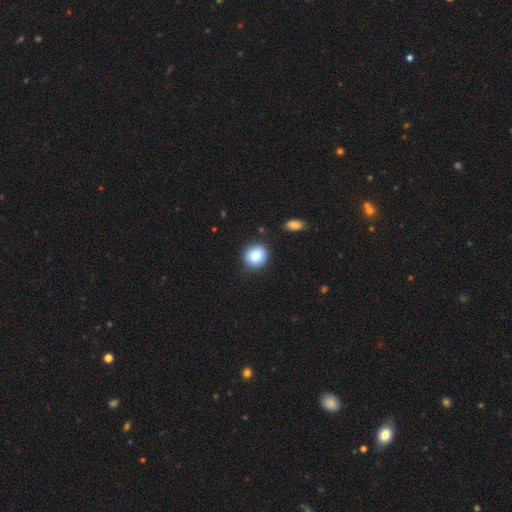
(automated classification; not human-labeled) This is clearly a smooth galaxy (86%). How rounded: clearly round (81%). Merging: clearly none (86%).